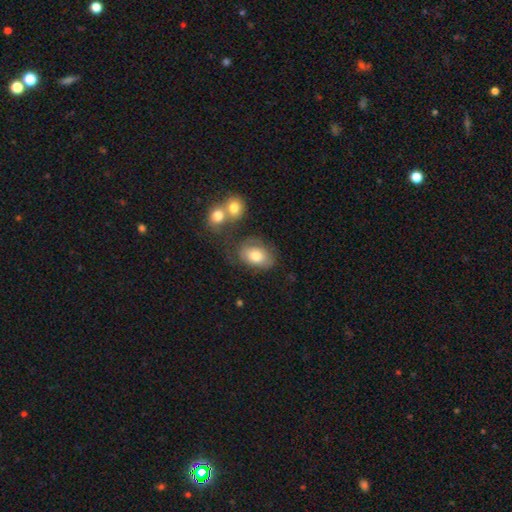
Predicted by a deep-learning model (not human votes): smooth_or_featured: smooth (p=0.67) [alt: featured or disk p=0.26]
how_rounded: in between (p=0.78) [alt: round p=0.21]
merging: none (p=0.53) [alt: minor disturbance p=0.24]